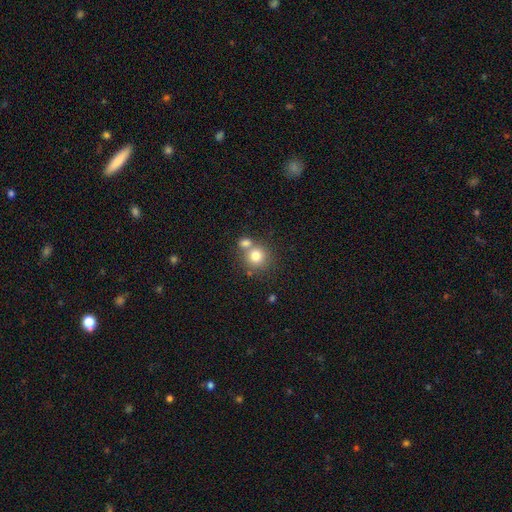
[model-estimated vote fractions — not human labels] This is likely a smooth galaxy (78%). How rounded: clearly round (88%). Merging: possibly none (52%).